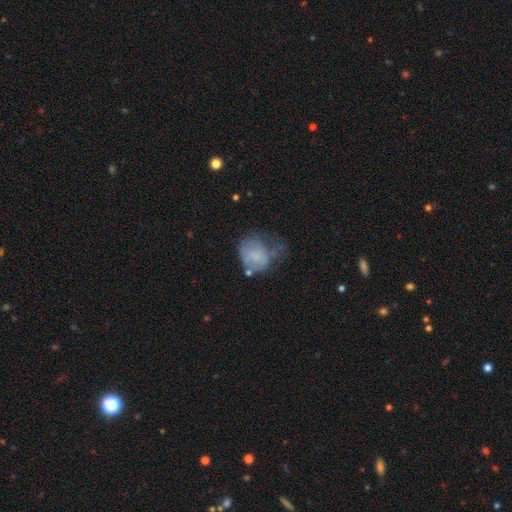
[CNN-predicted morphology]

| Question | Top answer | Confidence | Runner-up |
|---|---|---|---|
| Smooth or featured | smooth | 62% | featured or disk (27%) |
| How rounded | round | 51% | in between (48%) |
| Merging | major disturbance | 39% | minor disturbance (29%) |